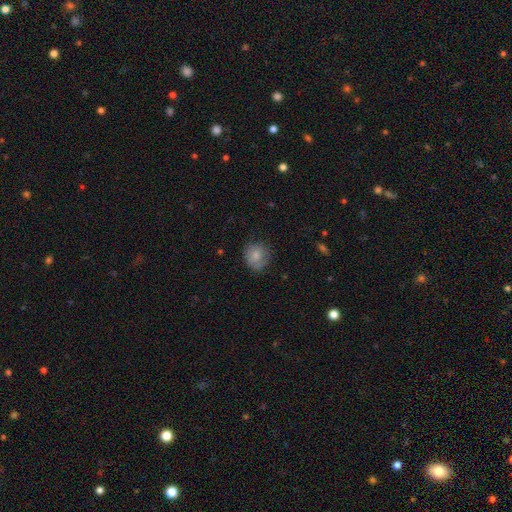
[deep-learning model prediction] Smooth or featured? smooth (77%)
How rounded? round (84%)
Merging? none (71%)